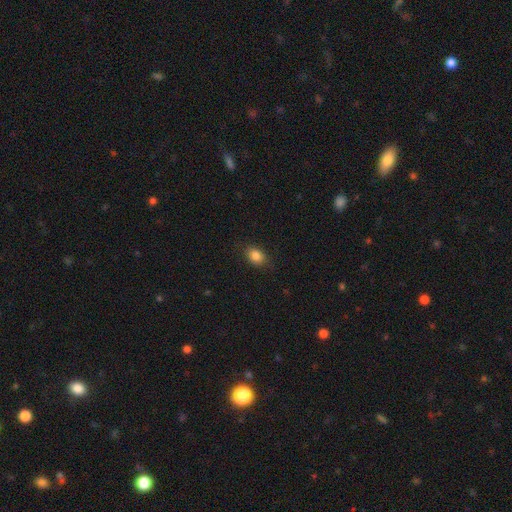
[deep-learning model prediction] Smooth or featured: smooth — 84% (star or artifact — 10%)
How rounded: in between — 71% (round — 28%)
Merging: none — 84% (minor disturbance — 12%)